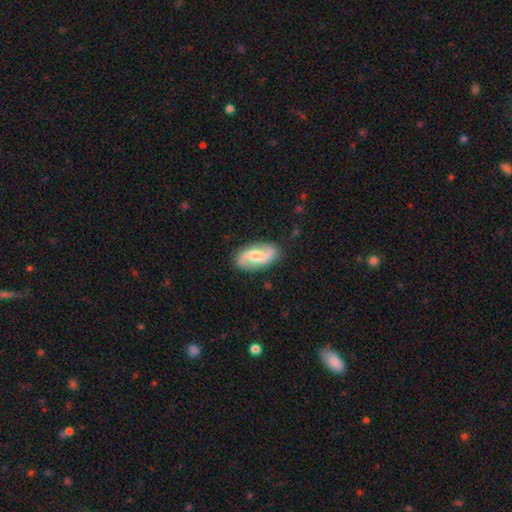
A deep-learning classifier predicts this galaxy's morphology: Smooth or featured? Predicted: featured or disk (p=0.77). Edge-on disk? Predicted: no (p=0.95). Bar? Predicted: weak (p=0.47). Spiral arms? Predicted: yes (p=0.92). Spiral winding? Predicted: loose (p=0.60). Spiral arm count? Predicted: 2 (p=0.90). Bulge size? Predicted: moderate (p=0.59). Merging? Predicted: none (p=0.81).